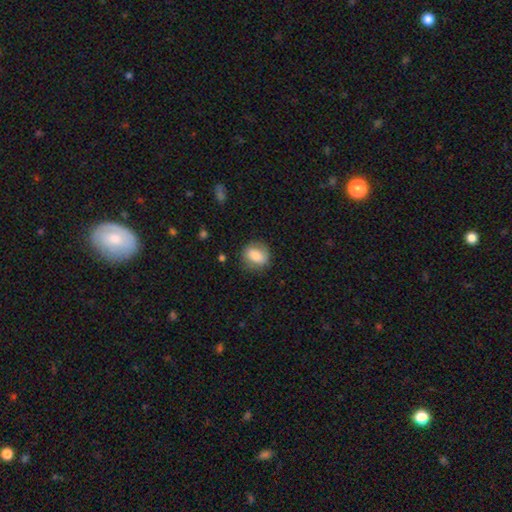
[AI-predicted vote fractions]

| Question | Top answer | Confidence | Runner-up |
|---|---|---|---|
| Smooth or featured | smooth | 77% | featured or disk (16%) |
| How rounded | round | 61% | in between (38%) |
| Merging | none | 77% | minor disturbance (17%) |